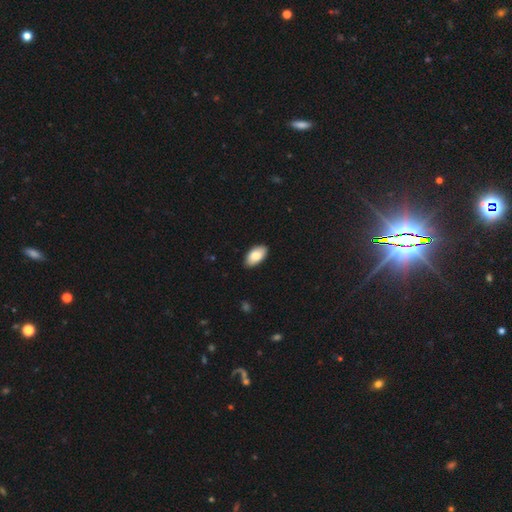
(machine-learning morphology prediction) smooth-or-featured: smooth: 85% | featured or disk: 9% | star or artifact: 6%
  how-rounded: in between: 95% | round: 2% | cigar-shaped: 2%
  merging: none: 89% | minor disturbance: 9% | major disturbance: 2% | merger: 1%